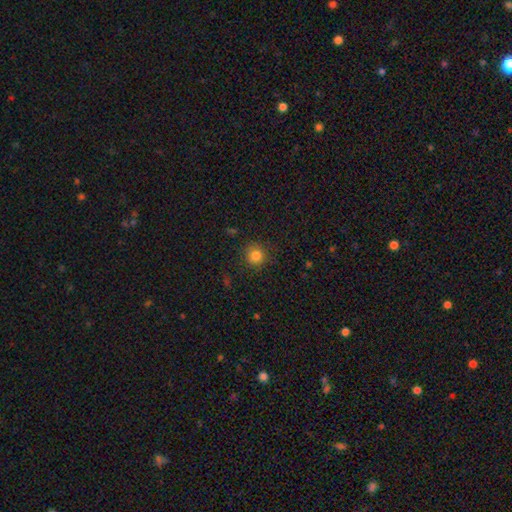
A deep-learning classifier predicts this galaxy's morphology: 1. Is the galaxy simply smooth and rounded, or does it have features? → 83% smooth, 12% star or artifact, 5% featured or disk.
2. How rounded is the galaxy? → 93% round, 6% in between, 1% cigar-shaped.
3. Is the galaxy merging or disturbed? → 87% none, 8% minor disturbance, 3% major disturbance, 1% merger.